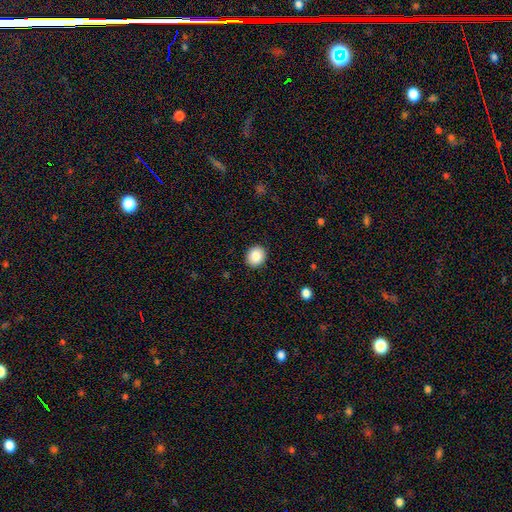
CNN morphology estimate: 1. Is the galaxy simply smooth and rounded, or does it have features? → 86% smooth, 9% star or artifact, 5% featured or disk.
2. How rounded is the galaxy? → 74% round, 25% in between, 1% cigar-shaped.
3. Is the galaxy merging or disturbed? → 91% none, 6% minor disturbance, 2% major disturbance, 1% merger.